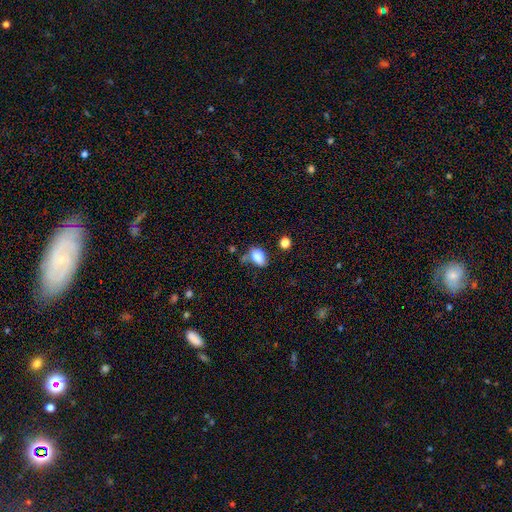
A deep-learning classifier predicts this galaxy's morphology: smooth_or_featured: smooth (p=0.82) [alt: star or artifact p=0.10]
how_rounded: in between (p=0.84) [alt: round p=0.14]
merging: none (p=0.45) [alt: minor disturbance p=0.28]